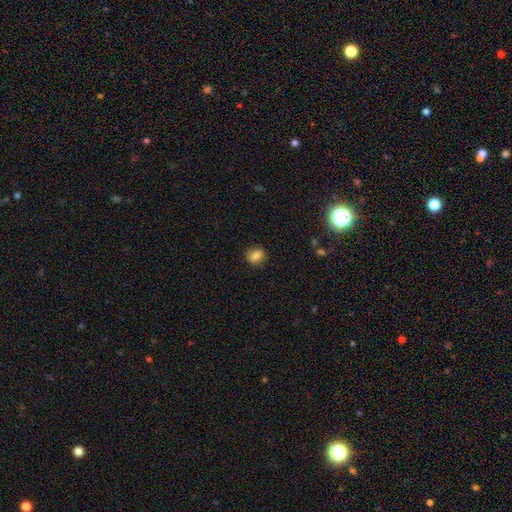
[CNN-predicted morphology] The model was most divided on "how rounded": in between: 51%, round: 47%, cigar-shaped: 2%. More confident: smooth or featured — smooth (84%); merging — none (82%).